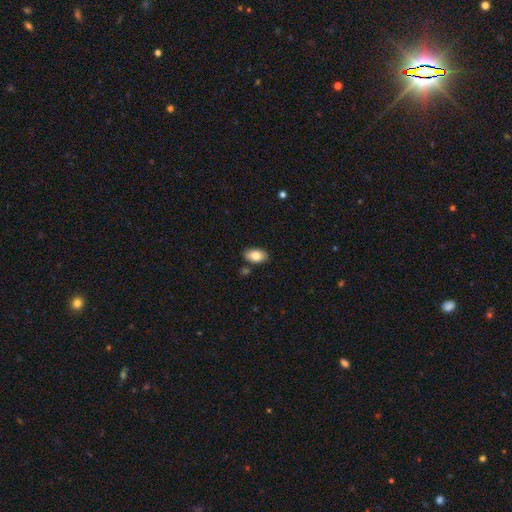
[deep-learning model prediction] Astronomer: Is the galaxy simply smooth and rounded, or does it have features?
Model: smooth — 83%.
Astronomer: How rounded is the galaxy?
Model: in between — 93%.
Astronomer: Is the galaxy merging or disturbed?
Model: none — 85%.